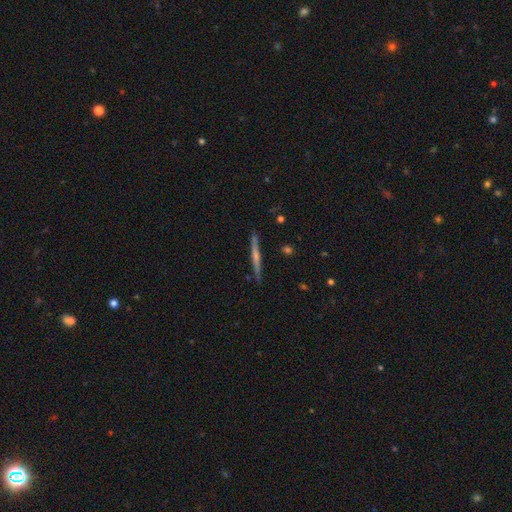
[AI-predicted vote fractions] Overall: featured or disk (63%; smooth 31%). Edge-on disk: yes (97%). Edge-on bulge: rounded (50%; none 42%). Merging: none (90%).